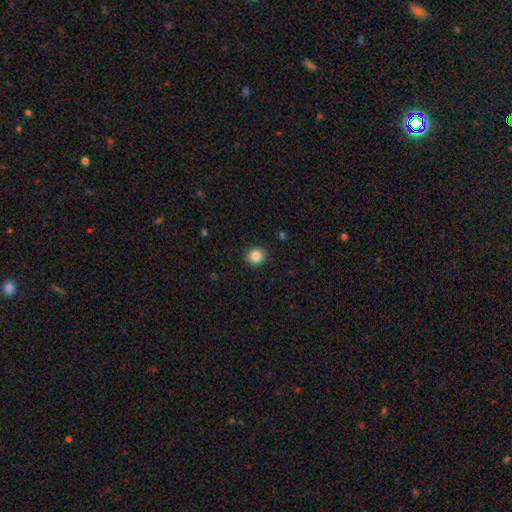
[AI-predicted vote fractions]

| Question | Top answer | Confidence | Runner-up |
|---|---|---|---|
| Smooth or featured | smooth | 86% | star or artifact (10%) |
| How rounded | round | 89% | in between (10%) |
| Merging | none | 91% | minor disturbance (6%) |